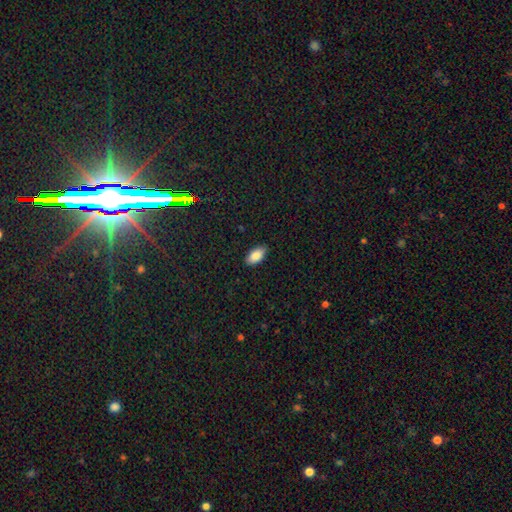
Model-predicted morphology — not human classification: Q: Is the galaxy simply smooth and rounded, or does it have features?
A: smooth — 86%.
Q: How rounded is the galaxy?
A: in between — 93%.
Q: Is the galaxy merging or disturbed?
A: none — 87%.